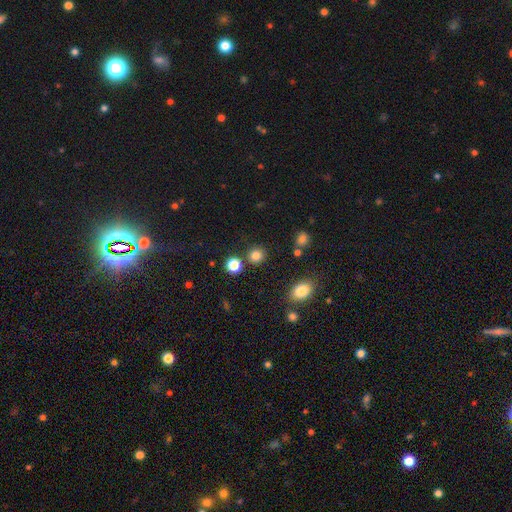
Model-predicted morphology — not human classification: Smooth or featured? Predicted: smooth (p=0.82). How rounded? Predicted: round (p=0.89). Merging? Predicted: none (p=0.84).